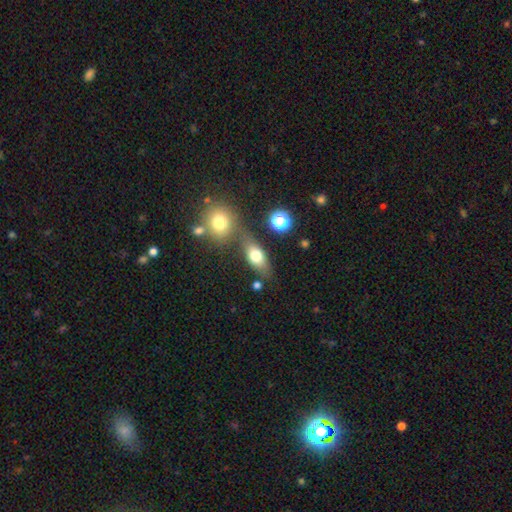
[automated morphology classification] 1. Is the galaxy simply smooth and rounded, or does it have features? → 72% smooth, 18% featured or disk, 11% star or artifact.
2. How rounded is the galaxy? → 73% in between, 16% round, 12% cigar-shaped.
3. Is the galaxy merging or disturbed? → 58% none, 23% merger, 14% minor disturbance, 6% major disturbance.